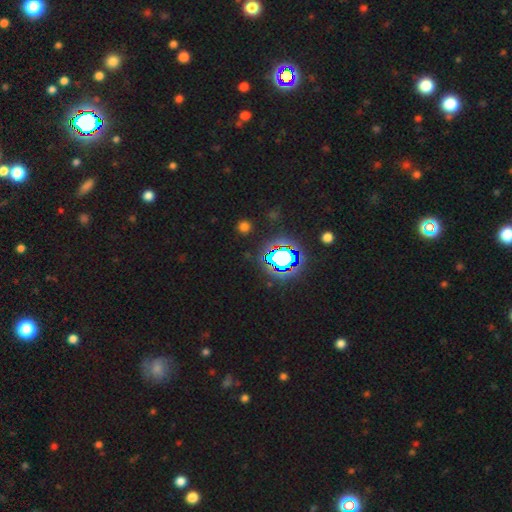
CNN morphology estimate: Q: Smooth or featured?
A: star or artifact (79%); runner-up: smooth (13%)